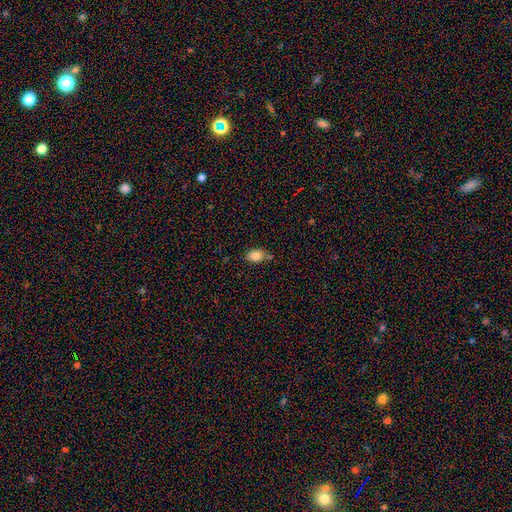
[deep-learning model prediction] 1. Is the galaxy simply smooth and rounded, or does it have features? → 85% smooth, 9% star or artifact, 6% featured or disk.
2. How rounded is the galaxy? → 78% in between, 21% round, 1% cigar-shaped.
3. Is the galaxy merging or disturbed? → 69% none, 18% minor disturbance, 10% merger, 4% major disturbance.